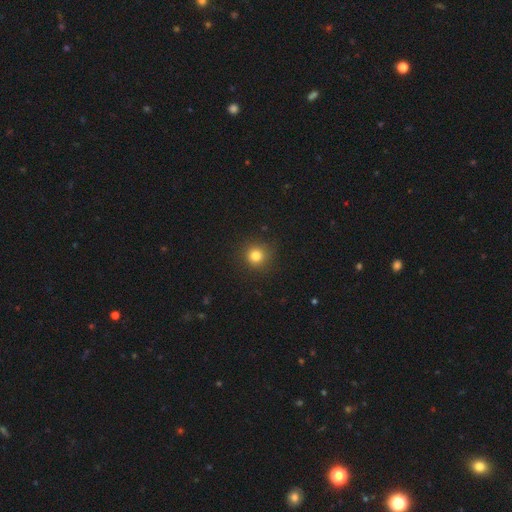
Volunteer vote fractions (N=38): Smooth or featured? smooth (82%)
How rounded? round (100%)
Merging? none (94%)